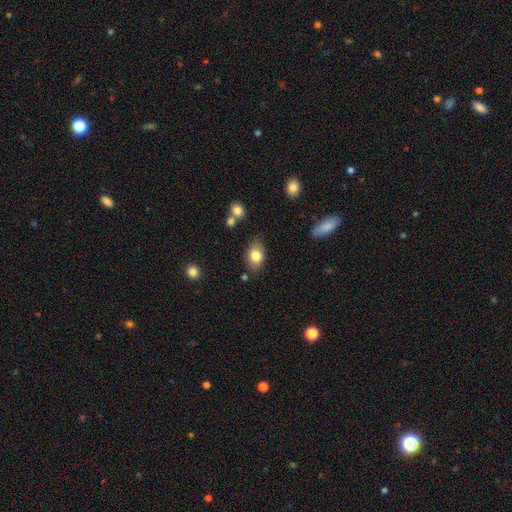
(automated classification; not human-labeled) Smooth or featured? Predicted: smooth (p=0.81). How rounded? Predicted: in between (p=0.79). Merging? Predicted: none (p=0.79).